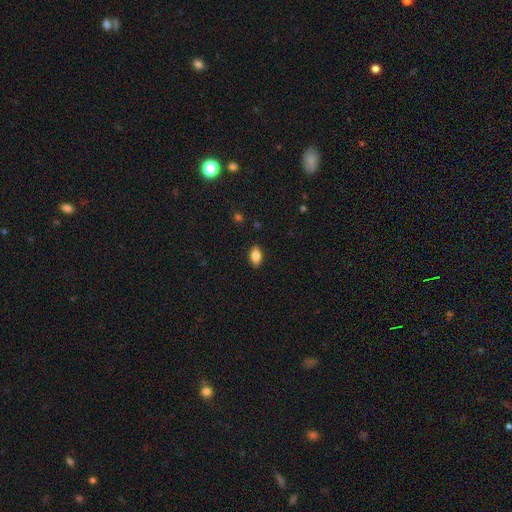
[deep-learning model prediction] This is clearly a smooth galaxy (85%). How rounded: clearly in between (91%). Merging: clearly none (89%).